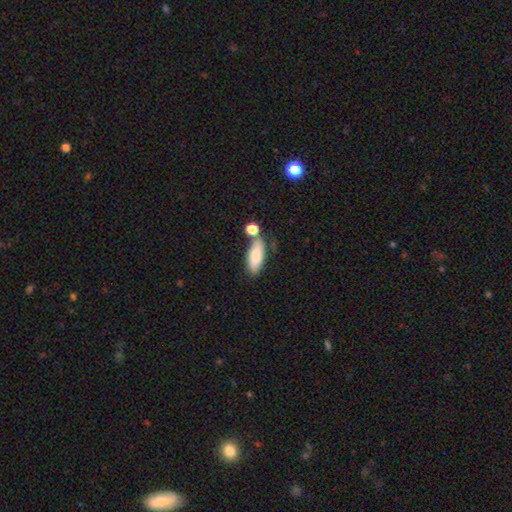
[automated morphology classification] Smooth or featured? Predicted: smooth (p=0.78). How rounded? Predicted: in between (p=0.77). Merging? Predicted: none (p=0.64).